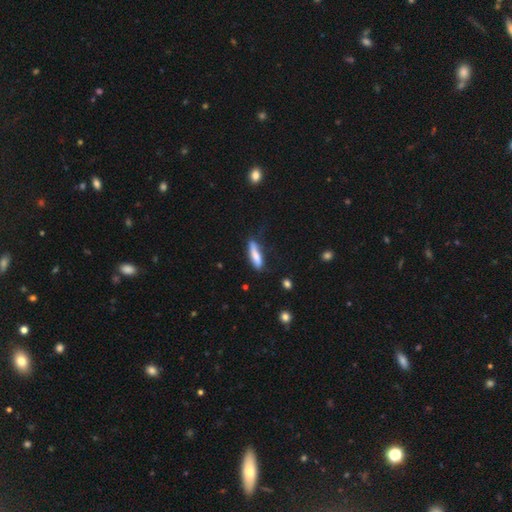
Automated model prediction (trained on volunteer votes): A smooth galaxy with no disk features (77%) that is cigar-shaped (70%).

Vote fractions:
- Smooth or featured? smooth: 77% / featured or disk: 17% / star or artifact: 6%
- How rounded? cigar-shaped: 70% / in between: 28% / round: 2%
- Merging? none: 61% / minor disturbance: 28% / major disturbance: 8% / merger: 3%